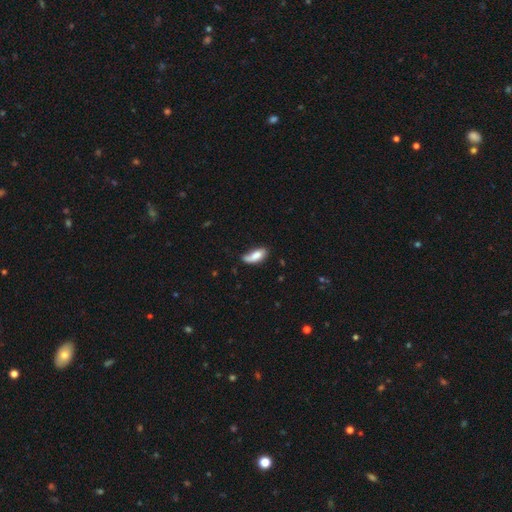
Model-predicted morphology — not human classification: A smooth galaxy with no disk features (75%) that is in between round and cigar-shaped (80%). Merging: none (43%).